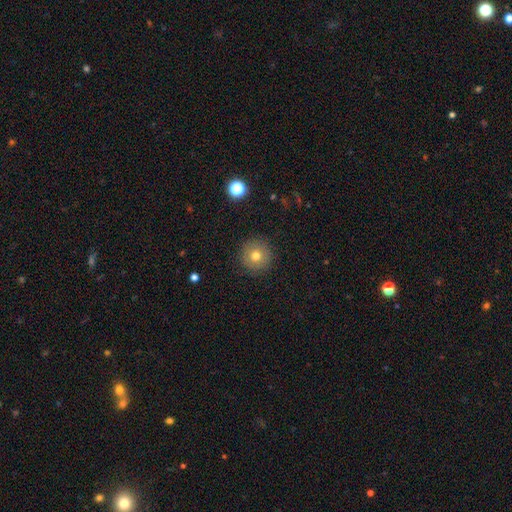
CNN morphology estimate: A smooth galaxy with no disk features (74%) that is round (95%). Merging: none (90%).